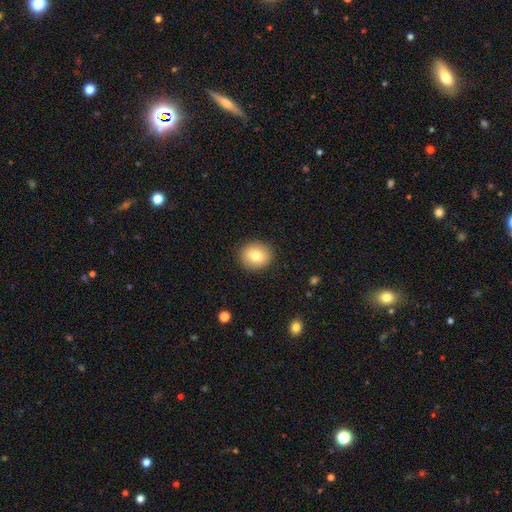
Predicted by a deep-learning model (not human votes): Smooth or featured? Predicted: smooth (p=0.79). How rounded? Predicted: round (p=0.75). Merging? Predicted: none (p=0.89).